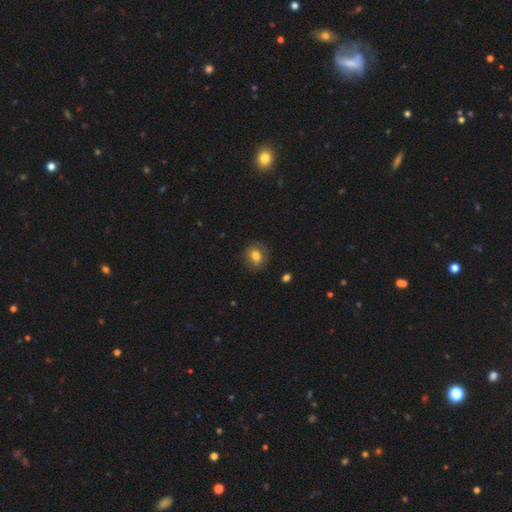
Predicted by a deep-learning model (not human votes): A smooth galaxy with no disk features (78%) that is round (70%). Merging: none (85%).